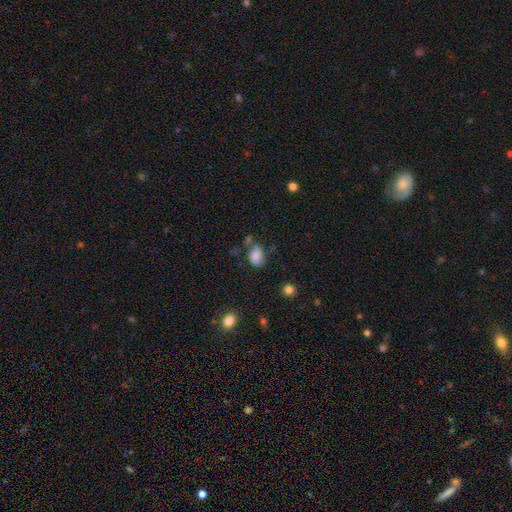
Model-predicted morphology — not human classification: This is likely a smooth galaxy (69%). How rounded: likely in between (77%). Merging: possibly none (46%).